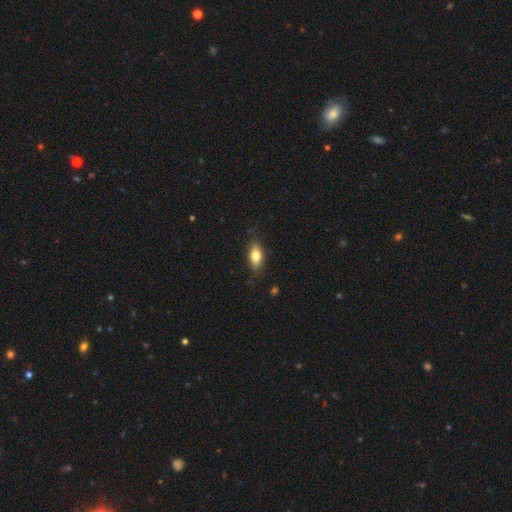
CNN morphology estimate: smooth 77%, featured or disk 16%, star or artifact 7%. Down the decision tree: how rounded — in between (85%); merging — none (81%).